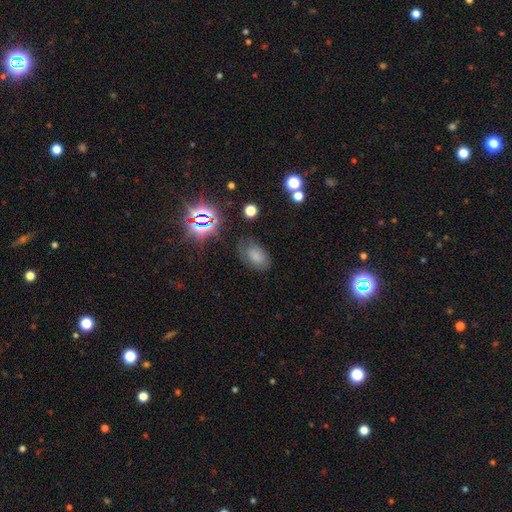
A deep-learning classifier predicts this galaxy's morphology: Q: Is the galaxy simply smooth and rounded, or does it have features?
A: smooth — 67%.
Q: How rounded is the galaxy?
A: in between — 89%.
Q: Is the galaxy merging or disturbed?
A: none — 67%.